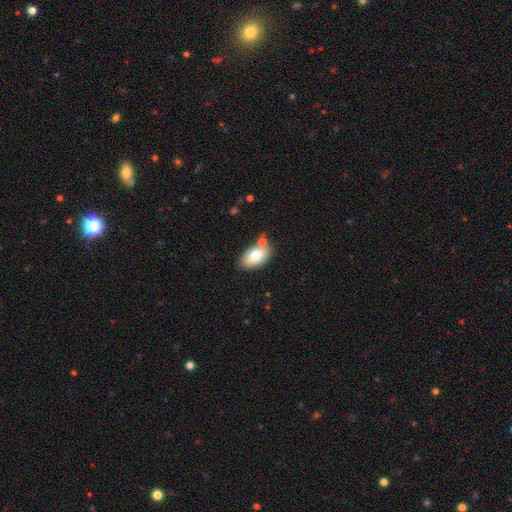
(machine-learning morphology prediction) Smooth or featured? smooth (74%)
How rounded? in between (92%)
Merging? none (70%)